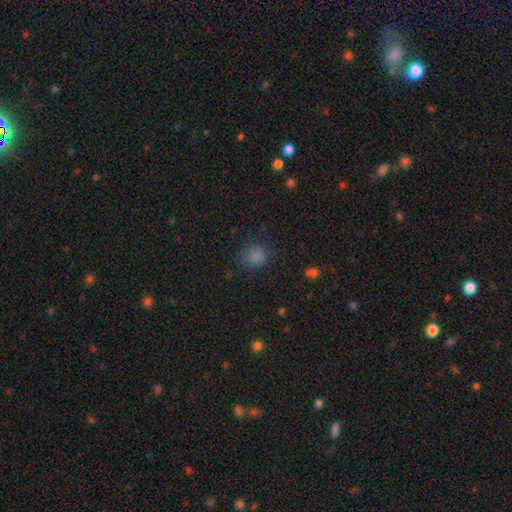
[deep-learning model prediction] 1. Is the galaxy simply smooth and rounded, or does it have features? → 81% smooth, 15% star or artifact, 4% featured or disk.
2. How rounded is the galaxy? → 79% round, 20% in between, 1% cigar-shaped.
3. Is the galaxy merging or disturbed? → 79% none, 14% minor disturbance, 5% major disturbance, 1% merger.